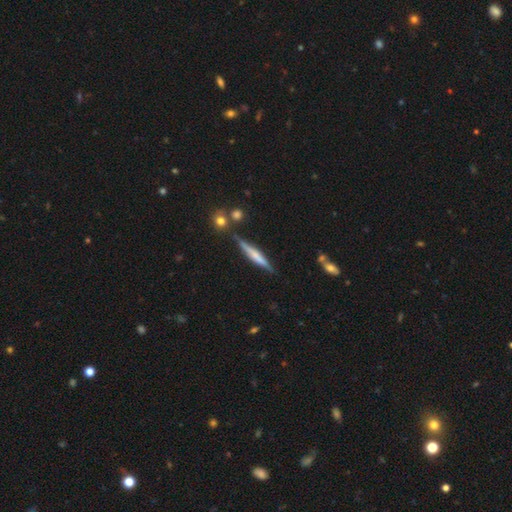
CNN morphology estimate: A smooth galaxy with no disk features (47%).

Vote fractions:
- Smooth or featured? smooth: 47% / featured or disk: 46% / star or artifact: 7%
- Merging? none: 80% / minor disturbance: 13% / merger: 4% / major disturbance: 3%